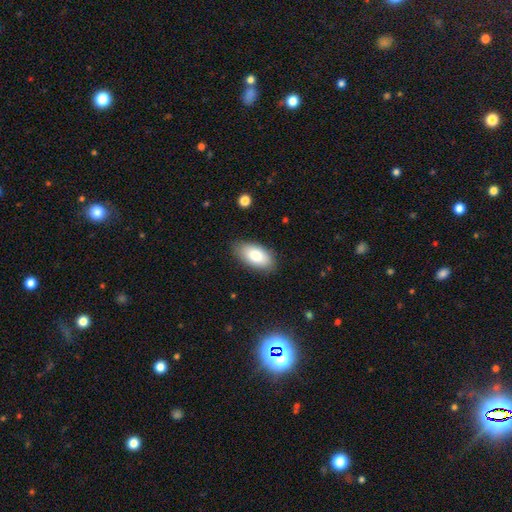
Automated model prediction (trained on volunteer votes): The model was most divided on "smooth or featured": smooth: 82%, featured or disk: 11%, star or artifact: 7%. More confident: how rounded — in between (93%); merging — none (84%).